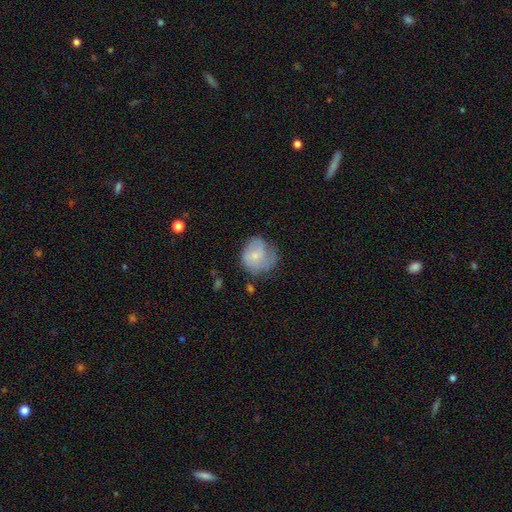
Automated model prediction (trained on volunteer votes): Smooth or featured?
  - smooth: 57% *
  - featured or disk: 35%
  - star or artifact: 8%
How rounded?
  - round: 75% *
  - in between: 24%
  - cigar-shaped: 1%
Merging?
  - none: 44% *
  - minor disturbance: 32%
  - major disturbance: 20%
  - merger: 3%